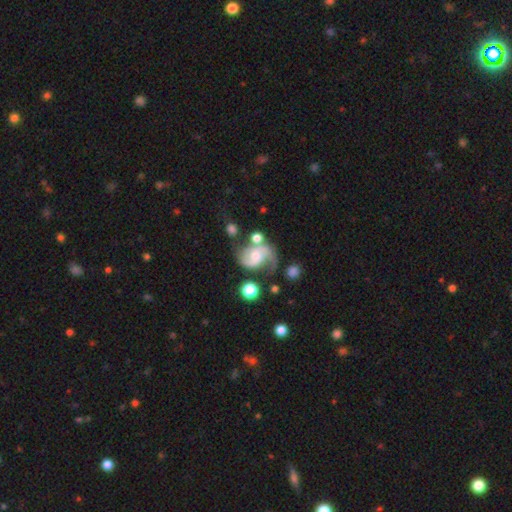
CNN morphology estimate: Q: Smooth or featured?
A: featured or disk (82%); runner-up: smooth (12%)
Q: Edge-on disk?
A: no (98%); runner-up: yes (2%)
Q: Bar?
A: no (52%); runner-up: weak (39%)
Q: Spiral arms?
A: yes (96%); runner-up: no (4%)
Q: Spiral winding?
A: medium (48%); runner-up: loose (38%)
Q: Spiral arm count?
A: 2 (87%); runner-up: 1 (6%)
Q: Bulge size?
A: moderate (40%); runner-up: small (36%)
Q: Merging?
A: none (48%); runner-up: minor disturbance (21%)